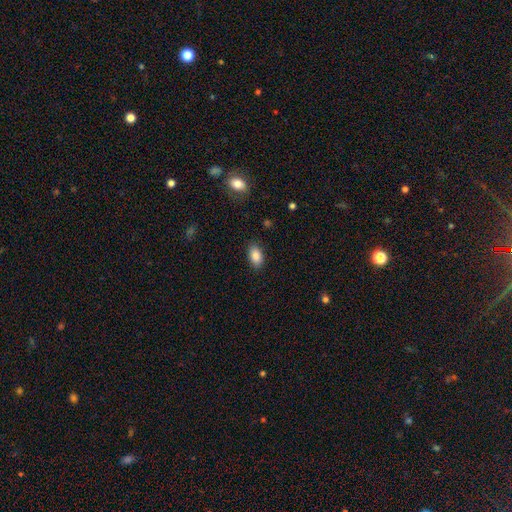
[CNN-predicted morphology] Smooth or featured: smooth — 86% (star or artifact — 8%)
How rounded: in between — 91% (round — 7%)
Merging: none — 85% (minor disturbance — 11%)